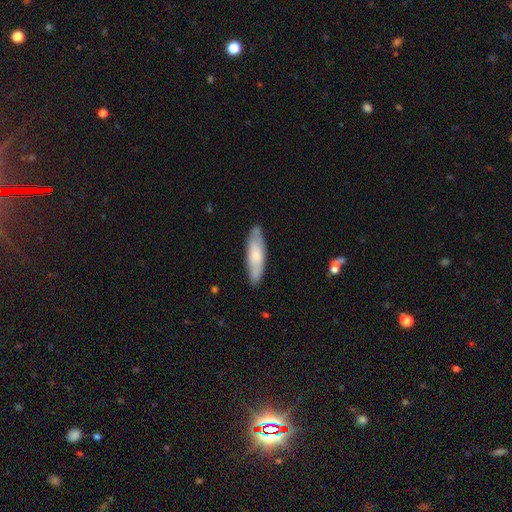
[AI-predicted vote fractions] Smooth or featured? smooth (63%)
How rounded? cigar-shaped (67%)
Merging? none (82%)